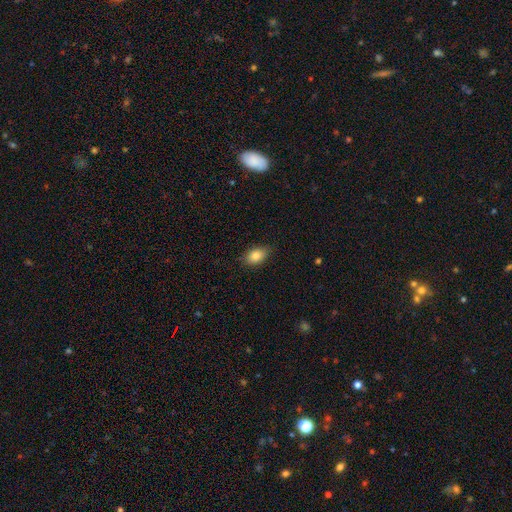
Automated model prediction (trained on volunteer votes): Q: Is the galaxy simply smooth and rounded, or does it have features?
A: smooth — 84%.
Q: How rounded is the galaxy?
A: in between — 84%.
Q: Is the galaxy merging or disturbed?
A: none — 82%.